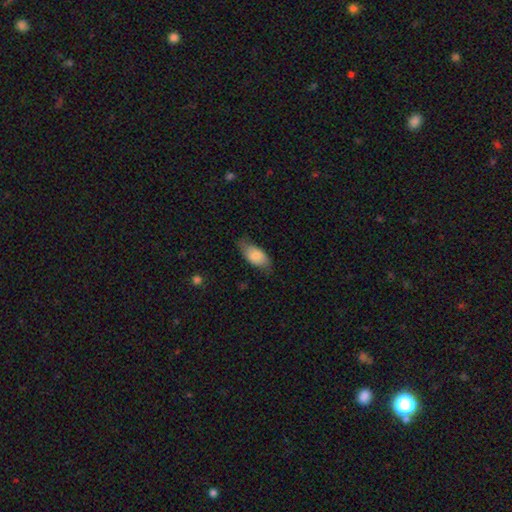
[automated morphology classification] A smooth galaxy with no disk features (78%) that is in between round and cigar-shaped (92%). Merging: none (61%).